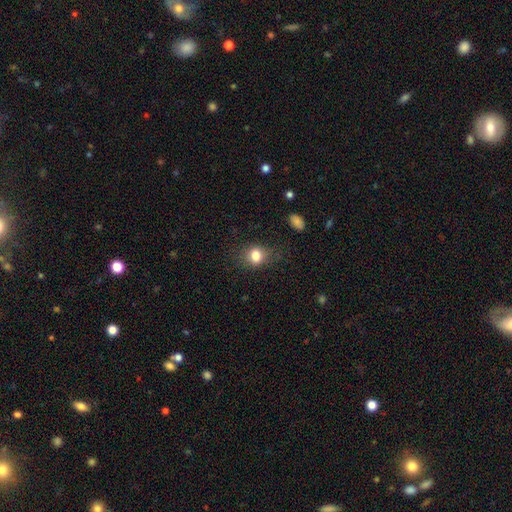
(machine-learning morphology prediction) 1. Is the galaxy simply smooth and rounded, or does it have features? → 80% smooth, 11% star or artifact, 9% featured or disk.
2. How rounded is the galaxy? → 57% round, 42% in between, 1% cigar-shaped.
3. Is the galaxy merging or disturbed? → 74% none, 18% minor disturbance, 7% major disturbance, 1% merger.